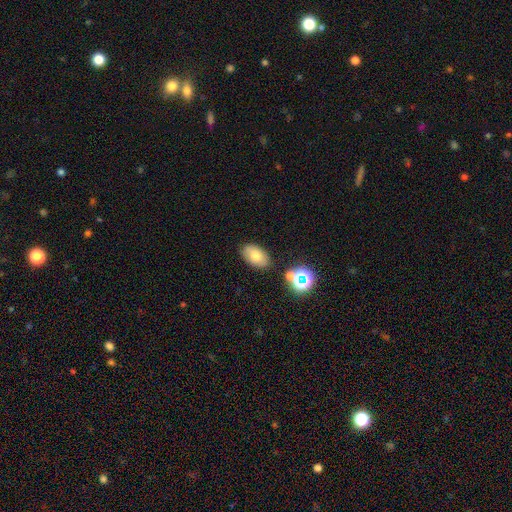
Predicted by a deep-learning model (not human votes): A smooth galaxy with no disk features (77%) that is in between round and cigar-shaped (92%). Merging: none (82%).